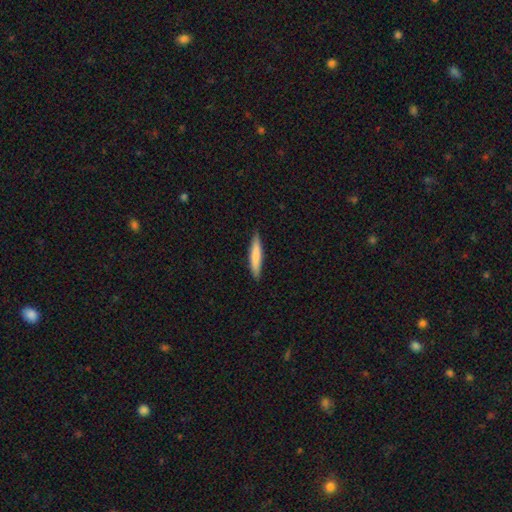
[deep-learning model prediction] This is likely a smooth galaxy (77%). How rounded: clearly cigar-shaped (89%). Merging: clearly none (89%).